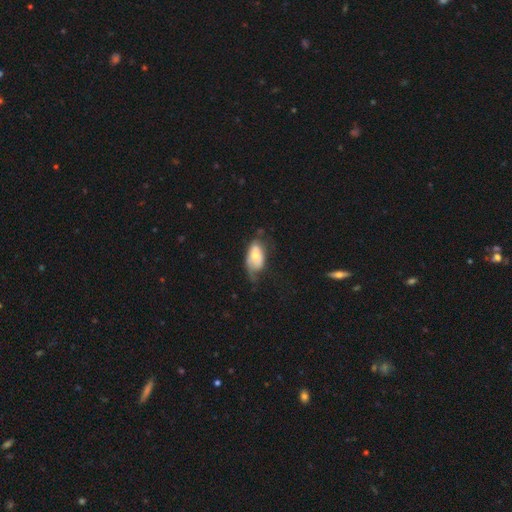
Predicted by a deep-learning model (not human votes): Morphology: type=smooth (56%); roundness=in between (92%); merging=none (36%).